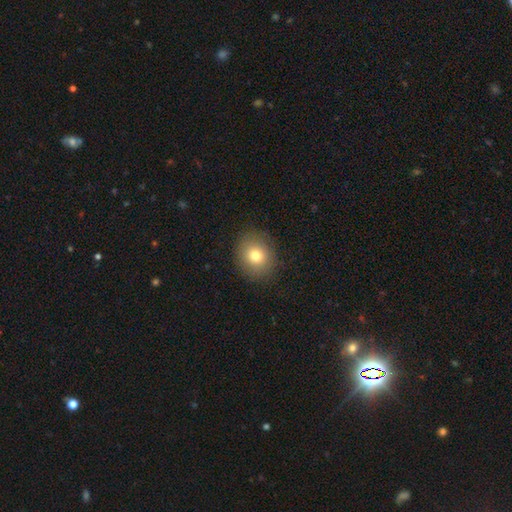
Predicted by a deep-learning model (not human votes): Smooth or featured? smooth (77%)
How rounded? round (76%)
Merging? none (88%)